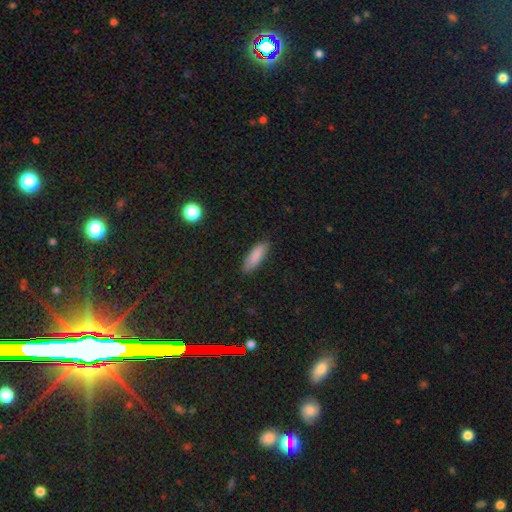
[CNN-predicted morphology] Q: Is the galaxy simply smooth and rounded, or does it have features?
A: smooth — 87%.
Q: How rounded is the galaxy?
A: in between — 57%.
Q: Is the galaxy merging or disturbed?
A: none — 85%.